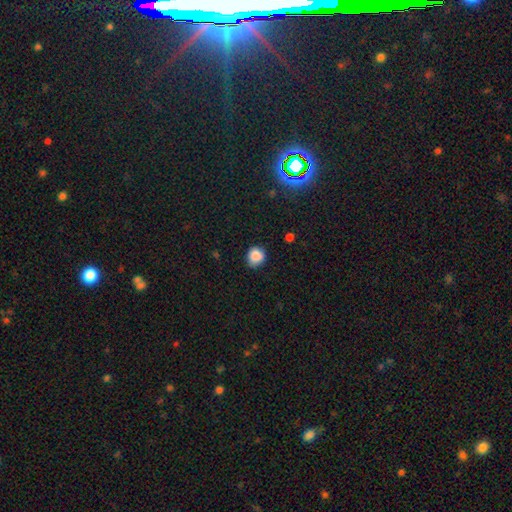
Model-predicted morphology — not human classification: This appears to be a smooth galaxy with no disk features (85%) that is round (82%). Merging: none (76%).